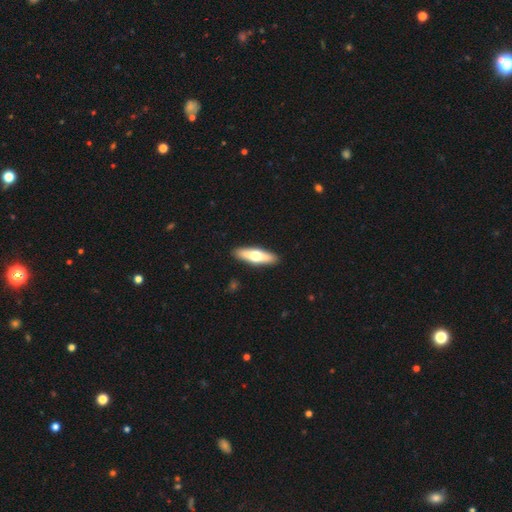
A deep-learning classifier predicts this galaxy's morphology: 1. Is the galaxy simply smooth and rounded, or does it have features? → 54% smooth, 41% featured or disk, 5% star or artifact.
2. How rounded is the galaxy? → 63% cigar-shaped, 35% in between, 2% round.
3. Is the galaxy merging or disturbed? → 91% none, 6% minor disturbance, 1% major disturbance, 1% merger.